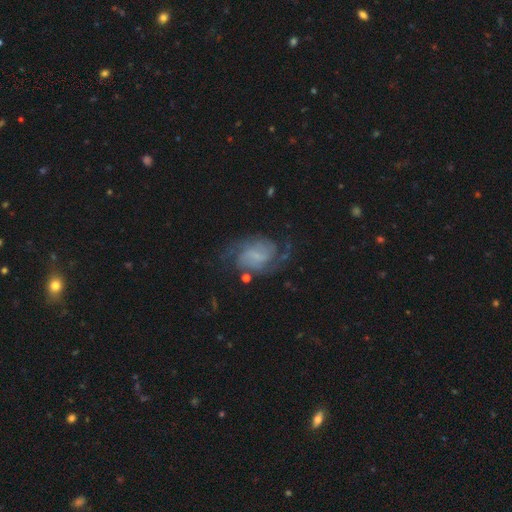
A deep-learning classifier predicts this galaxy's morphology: This appears to be a featured or disk galaxy (80%) with a weak bar (51%), 2 (70%) medium (49%) spiral arms (95%) and a small central bulge (44%). Merging: none (66%).